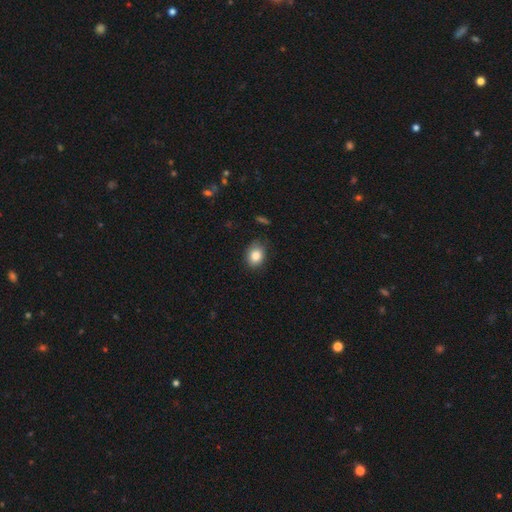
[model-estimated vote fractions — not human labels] This appears to be a smooth galaxy with no disk features (84%) that is in between round and cigar-shaped (57%). Merging: none (79%).